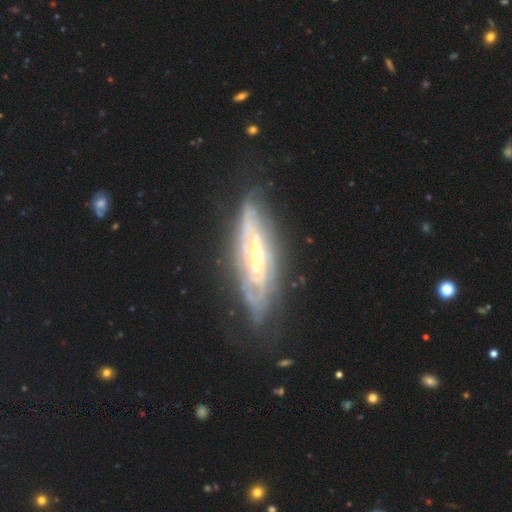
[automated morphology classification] Smooth or featured: featured or disk — 83% (smooth — 11%)
Edge-on disk: no — 69% (yes — 31%)
Bar: no — 44% (weak — 34%)
Spiral arms: yes — 85% (no — 15%)
Bulge size: moderate — 49% (small — 42%)
Merging: none — 69% (minor disturbance — 20%)